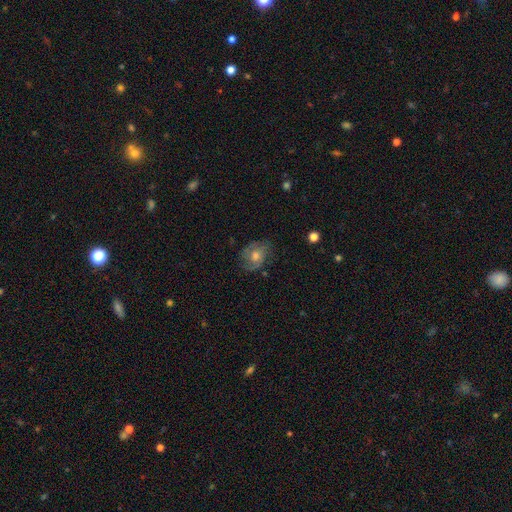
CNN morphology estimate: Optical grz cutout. It shows a featured or disk galaxy (61%) with no bar (77%), spiral arms (80%) and a moderate central bulge (68%). Merging: none (71%).